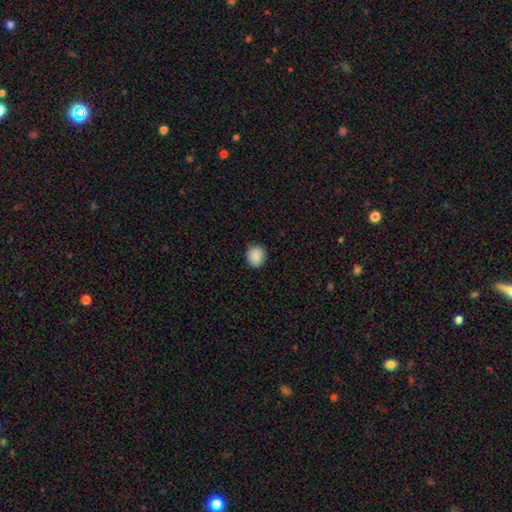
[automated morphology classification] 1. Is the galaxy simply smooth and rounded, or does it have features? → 89% smooth, 8% star or artifact, 3% featured or disk.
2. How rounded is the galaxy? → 83% round, 16% in between, 1% cigar-shaped.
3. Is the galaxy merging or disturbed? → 88% none, 9% minor disturbance, 2% major disturbance, 1% merger.